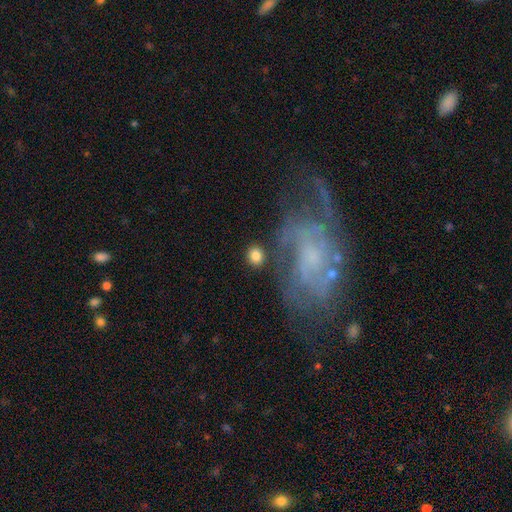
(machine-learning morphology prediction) This is likely a smooth galaxy (80%). How rounded: likely round (73%). Merging: clearly none (80%).